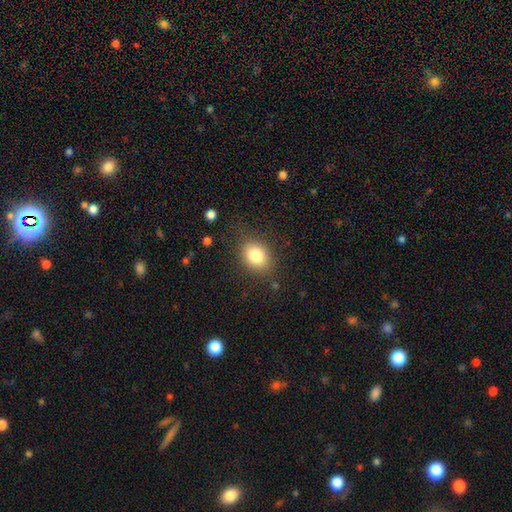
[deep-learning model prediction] Smooth or featured? smooth (81%)
How rounded? in between (60%)
Merging? none (81%)